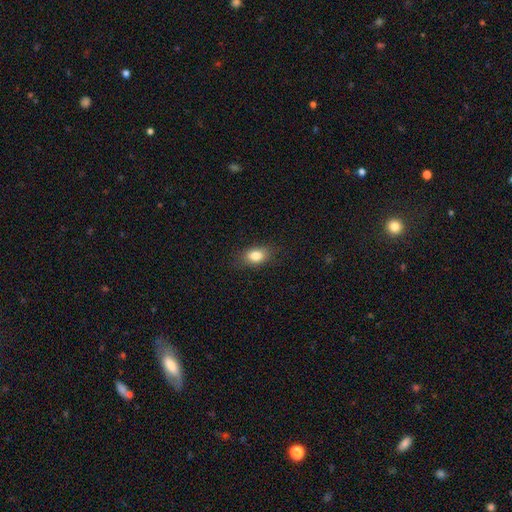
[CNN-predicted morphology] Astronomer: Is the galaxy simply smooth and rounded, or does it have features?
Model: smooth — 83%.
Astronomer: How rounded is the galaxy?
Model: in between — 79%.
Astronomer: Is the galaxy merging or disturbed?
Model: none — 83%.